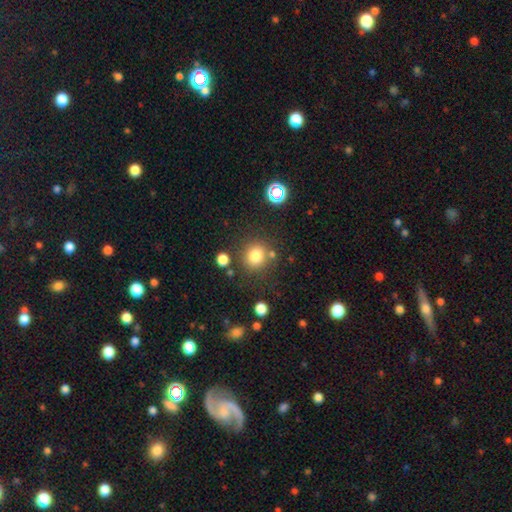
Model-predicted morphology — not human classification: type=smooth (80%); roundness=round (88%); merging=none (78%).